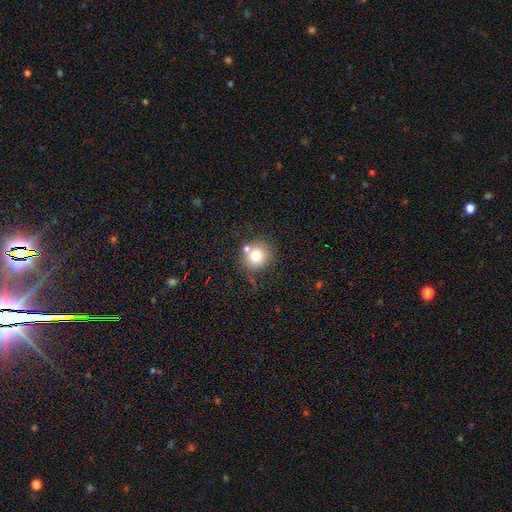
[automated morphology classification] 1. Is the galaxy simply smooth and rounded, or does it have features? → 76% smooth, 12% featured or disk, 11% star or artifact.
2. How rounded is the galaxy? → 86% round, 14% in between, 1% cigar-shaped.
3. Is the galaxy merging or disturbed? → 63% none, 19% merger, 13% minor disturbance, 5% major disturbance.